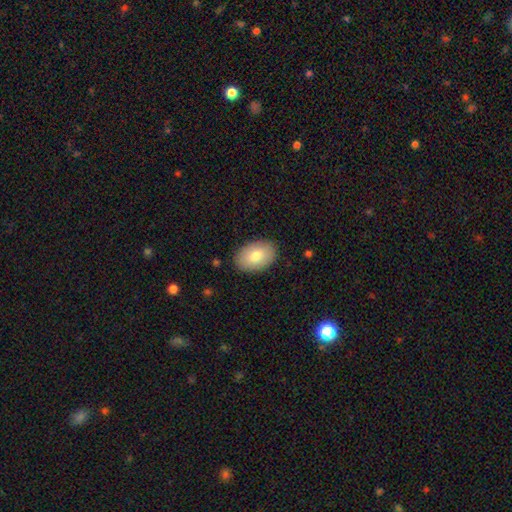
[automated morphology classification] Smooth or featured? Predicted: smooth (p=0.78). How rounded? Predicted: in between (p=0.90). Merging? Predicted: none (p=0.88).